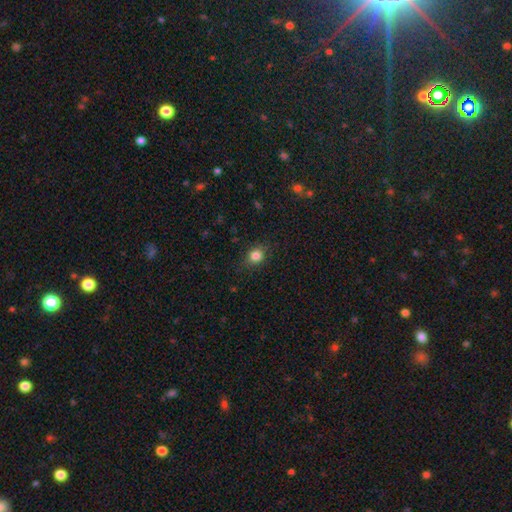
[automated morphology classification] Smooth or featured: smooth — 83% (star or artifact — 12%)
How rounded: round — 64% (in between — 34%)
Merging: none — 84% (minor disturbance — 12%)